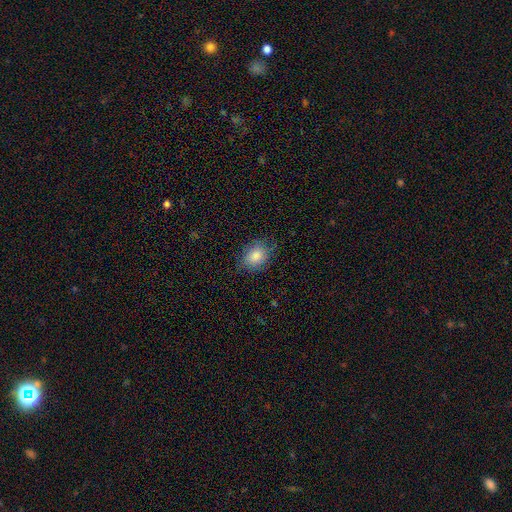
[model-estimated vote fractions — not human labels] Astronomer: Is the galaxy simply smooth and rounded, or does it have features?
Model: smooth — 82%.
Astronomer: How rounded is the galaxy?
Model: in between — 59% (runner-up: round, 40%).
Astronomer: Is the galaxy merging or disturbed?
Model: none — 74%.